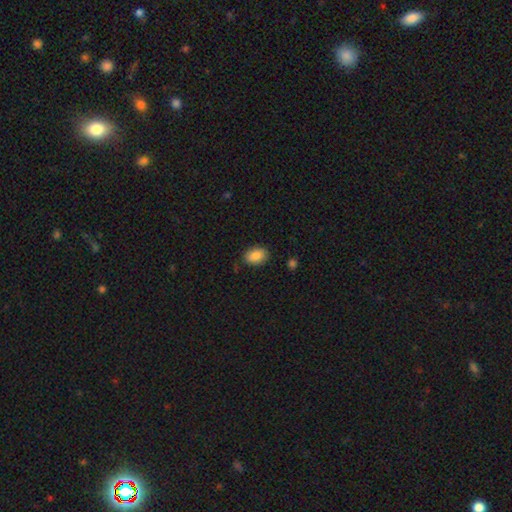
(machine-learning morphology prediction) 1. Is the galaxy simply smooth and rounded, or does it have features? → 88% smooth, 7% star or artifact, 5% featured or disk.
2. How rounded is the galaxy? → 84% in between, 15% round, 1% cigar-shaped.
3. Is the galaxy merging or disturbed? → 83% none, 13% minor disturbance, 3% major disturbance, 1% merger.